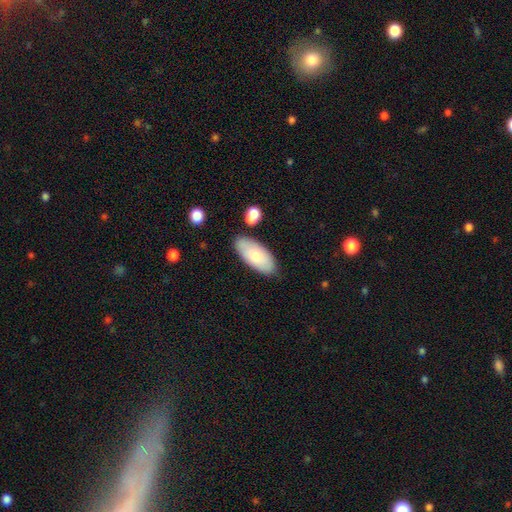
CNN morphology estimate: smooth-or-featured: smooth: 77% | featured or disk: 17% | star or artifact: 6%
  how-rounded: in between: 91% | cigar-shaped: 7% | round: 2%
  merging: none: 76% | minor disturbance: 15% | merger: 6% | major disturbance: 3%